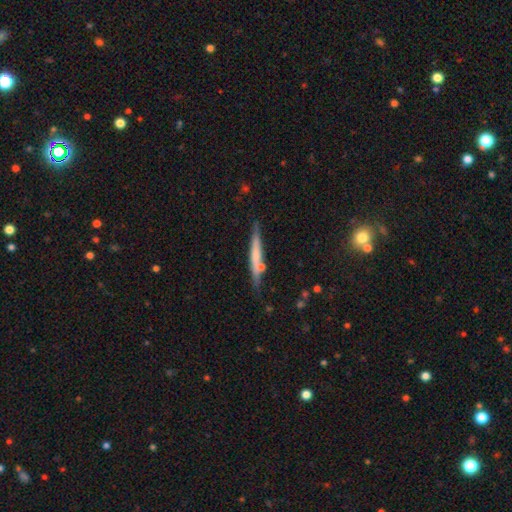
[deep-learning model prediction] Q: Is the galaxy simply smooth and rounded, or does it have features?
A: smooth — 52%.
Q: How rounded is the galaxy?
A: cigar-shaped — 93%.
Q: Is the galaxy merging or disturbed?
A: none — 75%.